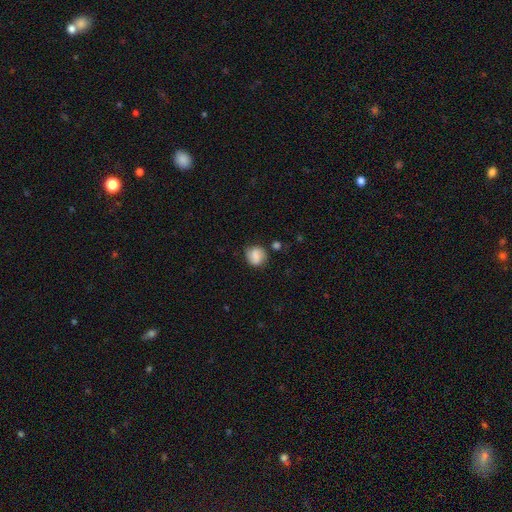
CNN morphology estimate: This appears to be a smooth galaxy with no disk features (72%) that is round (77%). Merging: none (68%).